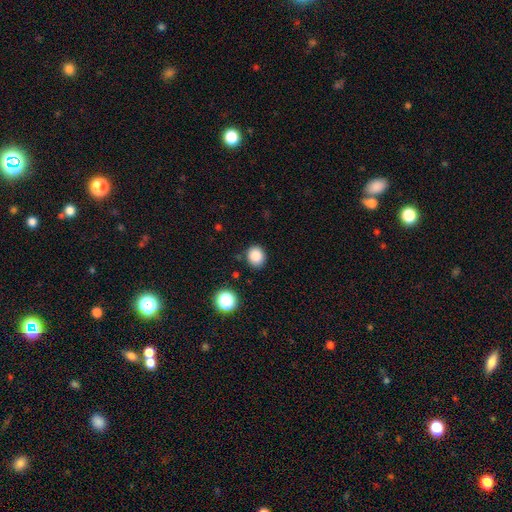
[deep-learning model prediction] Smooth or featured? Predicted: smooth (p=0.85). How rounded? Predicted: round (p=0.74). Merging? Predicted: none (p=0.86).